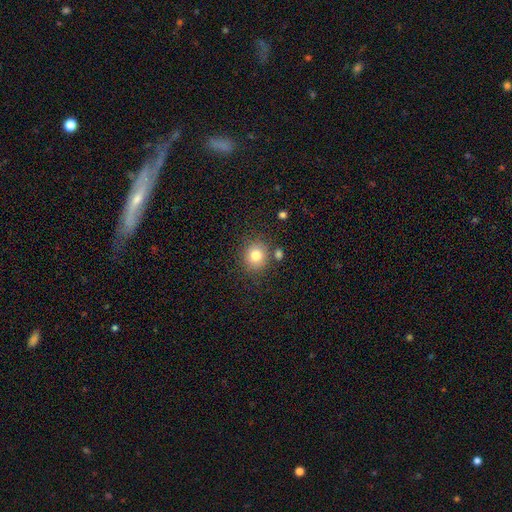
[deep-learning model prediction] Smooth or featured?
  - smooth: 80% *
  - star or artifact: 11%
  - featured or disk: 9%
How rounded?
  - round: 81% *
  - in between: 18%
  - cigar-shaped: 1%
Merging?
  - none: 78% *
  - minor disturbance: 10%
  - merger: 8%
  - major disturbance: 3%